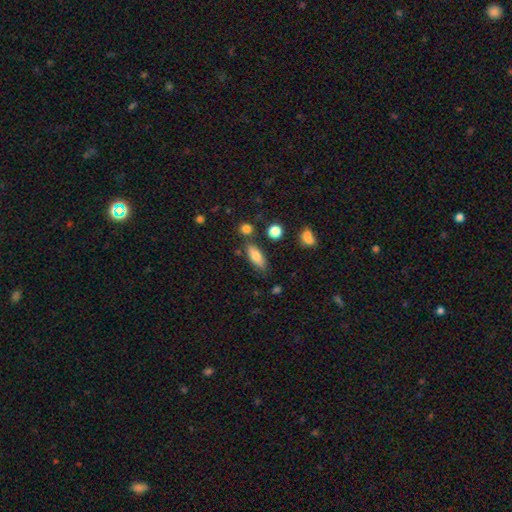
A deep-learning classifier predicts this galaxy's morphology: Smooth or featured: smooth — 78% (featured or disk — 14%)
How rounded: in between — 73% (cigar-shaped — 24%)
Merging: none — 74% (minor disturbance — 15%)